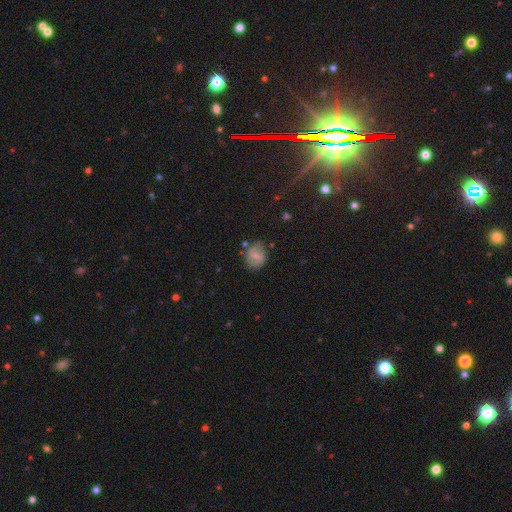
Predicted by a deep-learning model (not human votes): Morphology: type=featured or disk (46%); merging=none (71%).